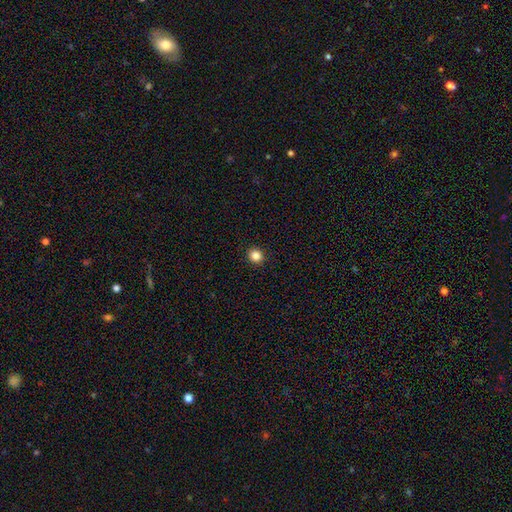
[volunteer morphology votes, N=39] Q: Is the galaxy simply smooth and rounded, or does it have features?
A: smooth — 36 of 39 (92%).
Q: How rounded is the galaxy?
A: round — 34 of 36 (94%).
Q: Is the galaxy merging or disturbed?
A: none — 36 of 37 (97%).